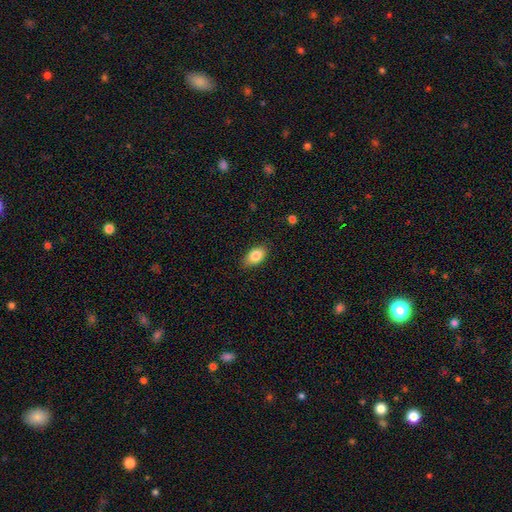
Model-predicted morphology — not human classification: type=smooth (85%); roundness=in between (91%); merging=none (83%).